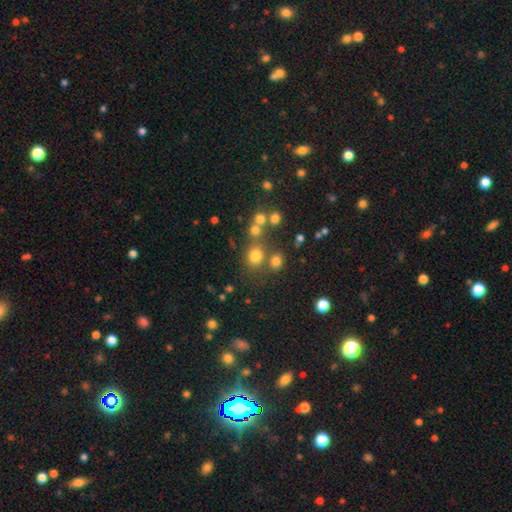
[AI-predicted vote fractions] Smooth or featured? smooth (74%)
How rounded? round (76%)
Merging? none (64%)